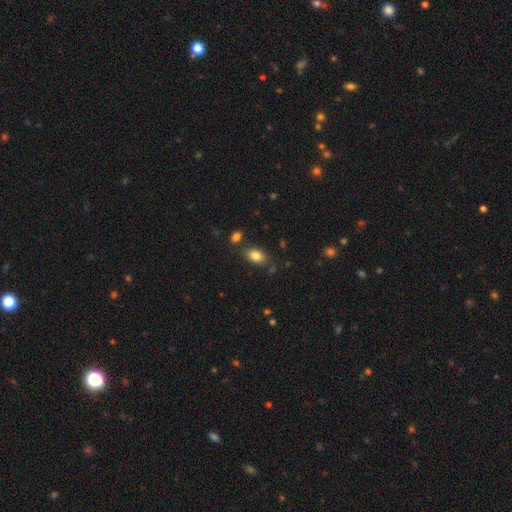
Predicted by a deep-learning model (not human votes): Q: Smooth or featured?
A: smooth (83%); runner-up: star or artifact (9%)
Q: How rounded?
A: in between (87%); runner-up: round (11%)
Q: Merging?
A: none (77%); runner-up: minor disturbance (13%)